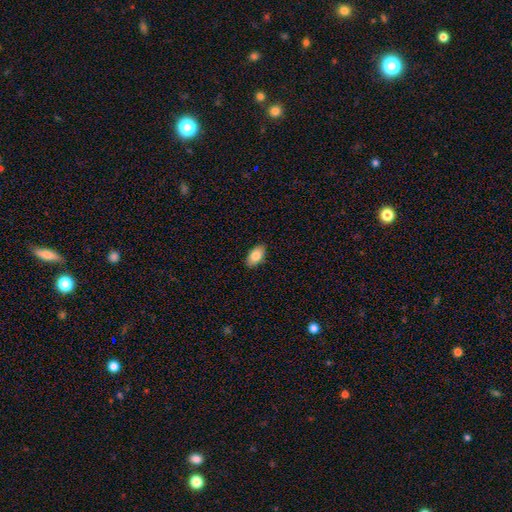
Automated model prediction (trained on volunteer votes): Smooth or featured: smooth — 85% (featured or disk — 8%)
How rounded: in between — 93% (round — 4%)
Merging: none — 87% (minor disturbance — 10%)